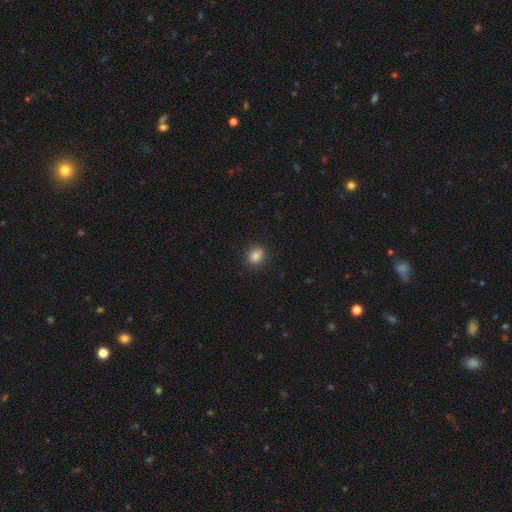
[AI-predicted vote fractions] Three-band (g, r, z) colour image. It shows a smooth galaxy with no disk features (86%) that is round (58%). Merging: none (88%).